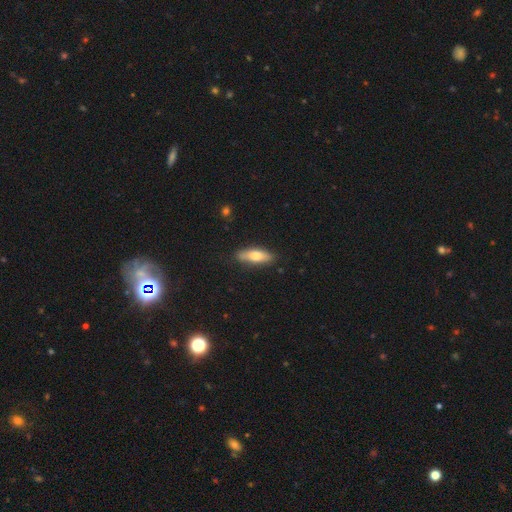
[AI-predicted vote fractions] Overall: smooth (67%; featured or disk 27%). How rounded: in between (49%, tied with cigar-shaped). Merging: none (83%).